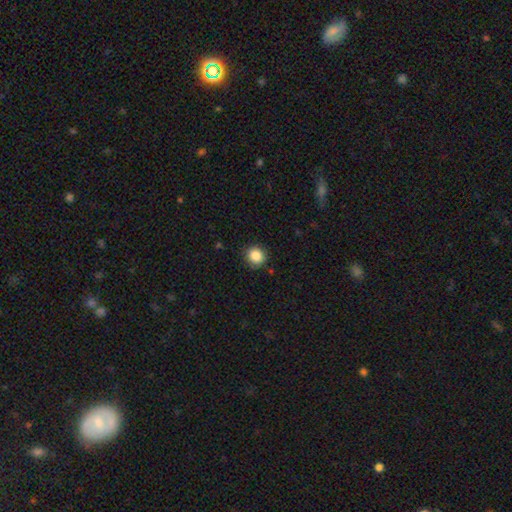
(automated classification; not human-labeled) smooth_or_featured: smooth (p=0.86) [alt: star or artifact p=0.10]
how_rounded: round (p=0.90) [alt: in between p=0.09]
merging: none (p=0.88) [alt: minor disturbance p=0.09]